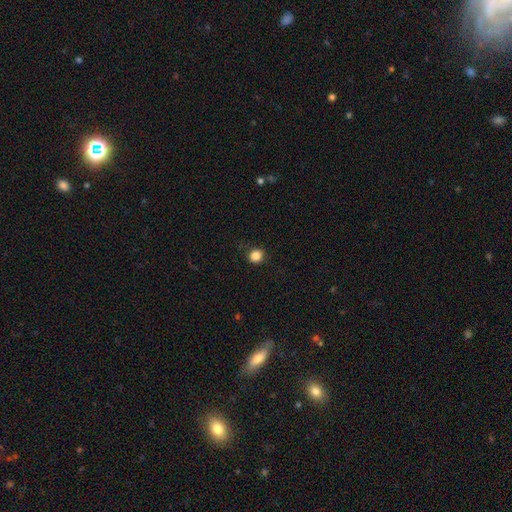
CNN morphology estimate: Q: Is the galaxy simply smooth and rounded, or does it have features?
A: smooth — 85%.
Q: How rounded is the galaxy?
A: round — 90%.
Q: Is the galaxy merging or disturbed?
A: none — 88%.